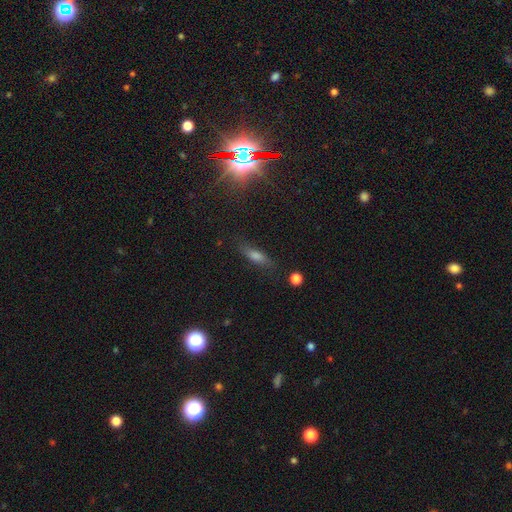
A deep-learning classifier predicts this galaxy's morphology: This appears to be a smooth galaxy with no disk features (56%) that is cigar-shaped (50%). Merging: none (78%).